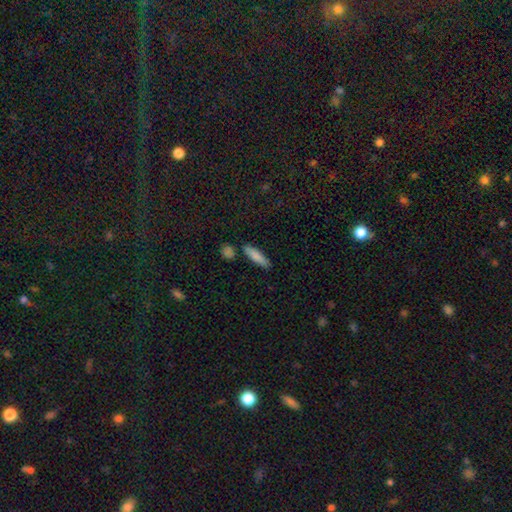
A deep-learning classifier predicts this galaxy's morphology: smooth-or-featured: smooth: 82% | featured or disk: 11% | star or artifact: 7%
  how-rounded: cigar-shaped: 72% | in between: 26% | round: 2%
  merging: none: 81% | minor disturbance: 11% | merger: 6% | major disturbance: 2%